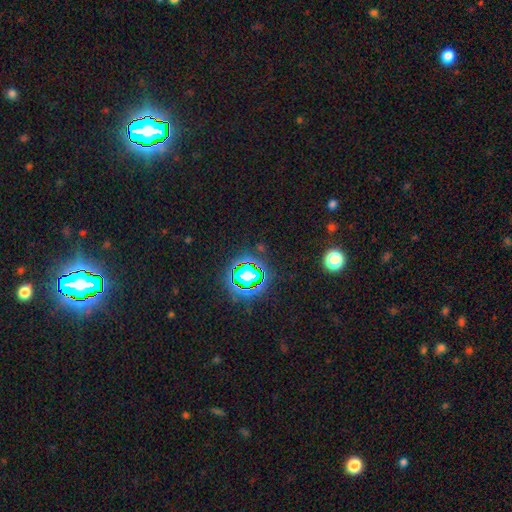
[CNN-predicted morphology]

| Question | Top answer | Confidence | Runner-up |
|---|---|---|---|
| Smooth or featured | star or artifact | 81% | smooth (12%) |